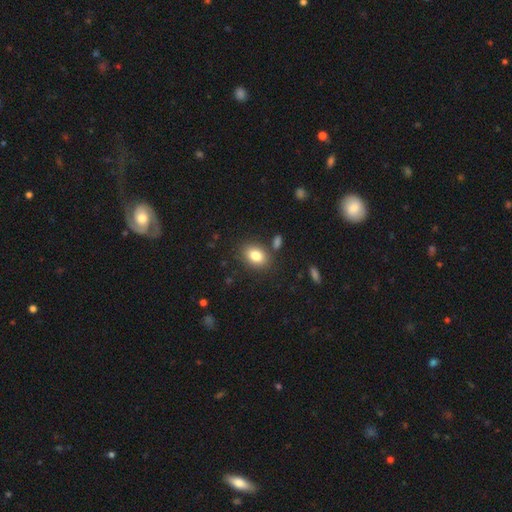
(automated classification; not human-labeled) A smooth galaxy with no disk features (82%) that is in between round and cigar-shaped (74%). Merging: none (81%).